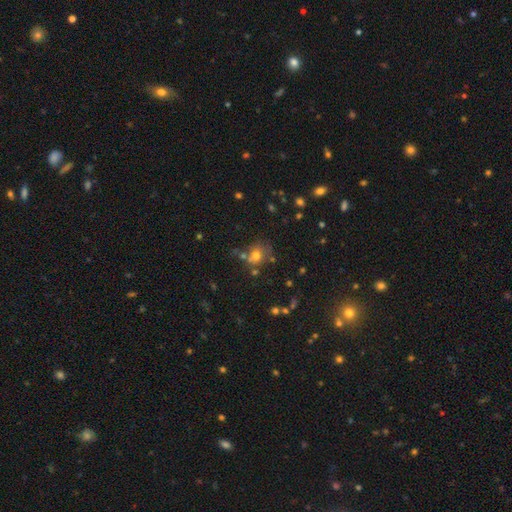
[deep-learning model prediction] Smooth or featured?
  - smooth: 67% *
  - star or artifact: 18%
  - featured or disk: 15%
How rounded?
  - round: 68% *
  - in between: 30%
  - cigar-shaped: 1%
Merging?
  - none: 54% *
  - merger: 21%
  - minor disturbance: 17%
  - major disturbance: 8%